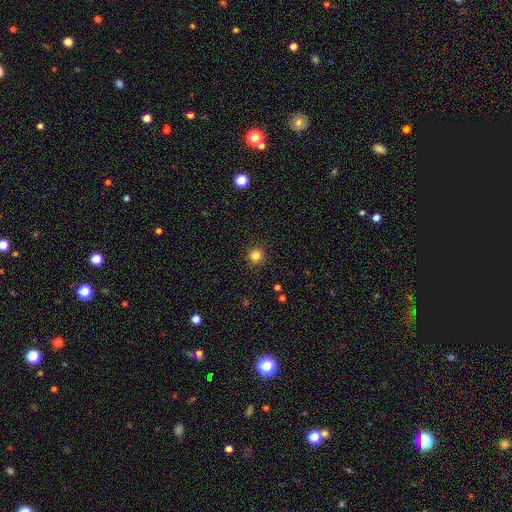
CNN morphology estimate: Smooth or featured? smooth (83%)
How rounded? round (95%)
Merging? none (91%)